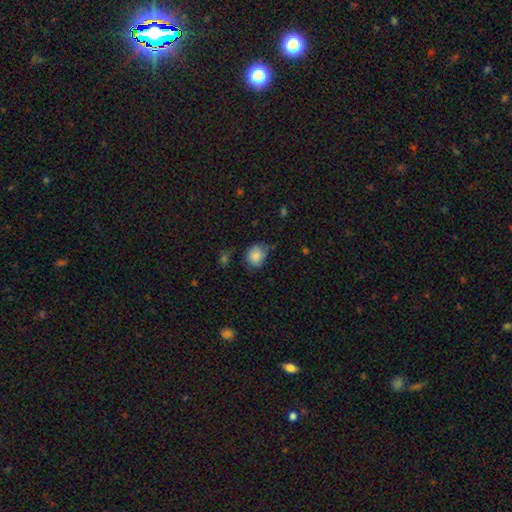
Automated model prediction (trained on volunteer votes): Morphology: type=smooth (84%); roundness=round (68%); merging=none (57%).